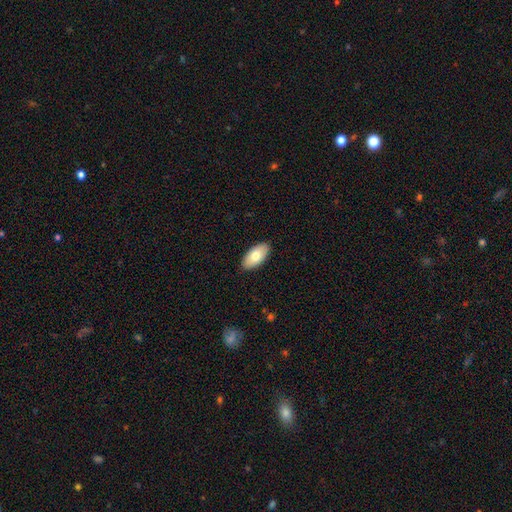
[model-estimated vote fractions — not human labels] smooth 77%, featured or disk 18%, star or artifact 6%. Down the decision tree: how rounded — in between (95%); merging — none (89%).